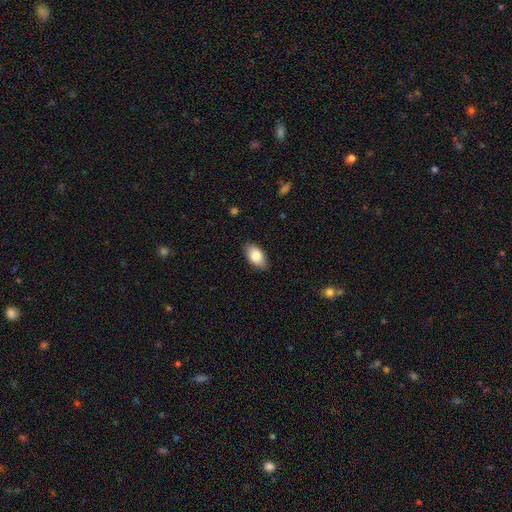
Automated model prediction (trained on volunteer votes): A smooth galaxy with no disk features (85%) that is in between round and cigar-shaped (93%).

Vote fractions:
- Smooth or featured? smooth: 85% / featured or disk: 9% / star or artifact: 7%
- How rounded? in between: 93% / round: 5% / cigar-shaped: 2%
- Merging? none: 85% / minor disturbance: 11% / major disturbance: 2% / merger: 1%